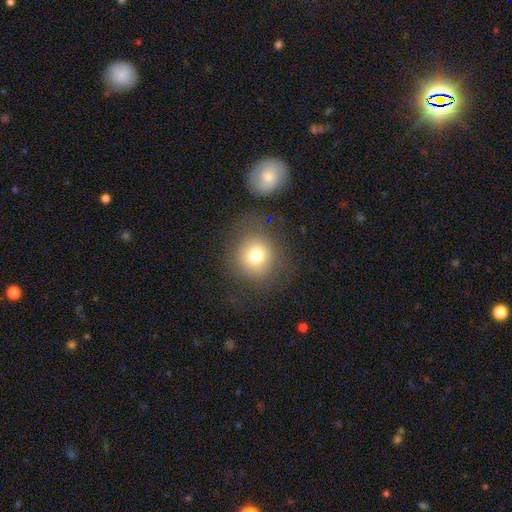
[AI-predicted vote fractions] Q: Smooth or featured?
A: smooth (75%); runner-up: featured or disk (13%)
Q: How rounded?
A: round (87%); runner-up: in between (12%)
Q: Merging?
A: none (75%); runner-up: minor disturbance (13%)